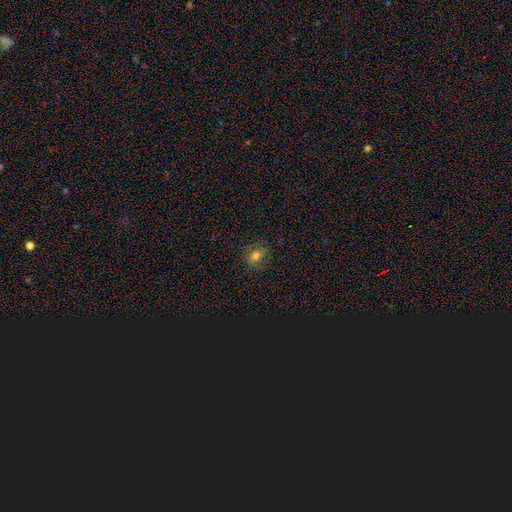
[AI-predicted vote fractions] A smooth galaxy with no disk features (67%) that is in between round and cigar-shaped (59%). Merging: none (82%).